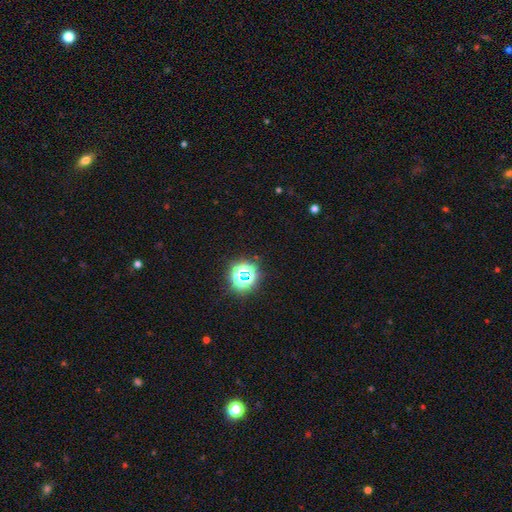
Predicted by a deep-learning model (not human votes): smooth-or-featured: star or artifact: 72% | smooth: 20% | featured or disk: 8%